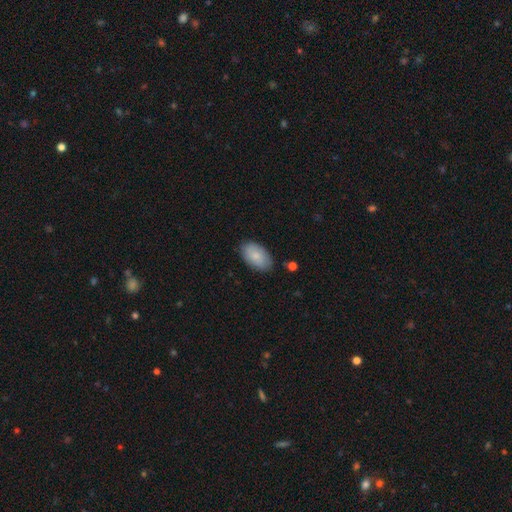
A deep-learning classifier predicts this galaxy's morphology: A smooth galaxy with no disk features (81%) that is in between round and cigar-shaped (94%). Merging: none (82%).